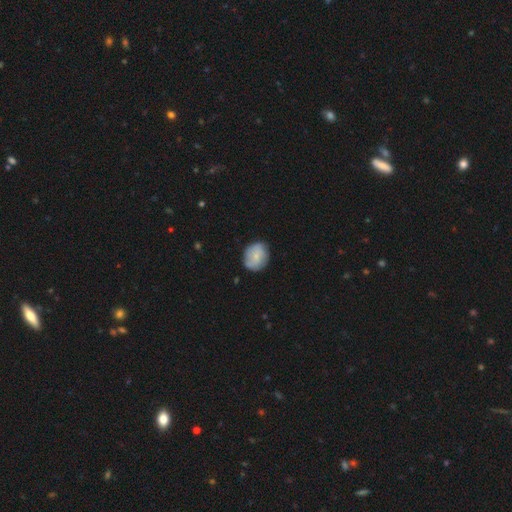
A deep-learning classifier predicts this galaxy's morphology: smooth 62%, featured or disk 31%, star or artifact 7%. Down the decision tree: how rounded — round (69%); merging — none (78%).